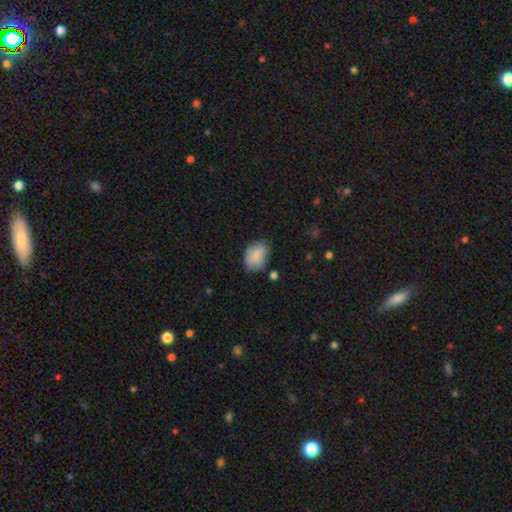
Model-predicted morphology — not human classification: Overall: smooth (85%). How rounded: in between (77%). Merging: none (73%).